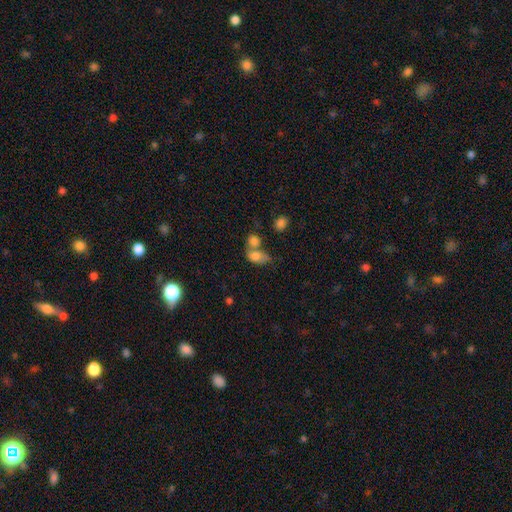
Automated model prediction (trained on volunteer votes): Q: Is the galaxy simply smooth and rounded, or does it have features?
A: smooth — 77%.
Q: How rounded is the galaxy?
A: in between — 78%.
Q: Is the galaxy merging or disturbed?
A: merger — 54%.